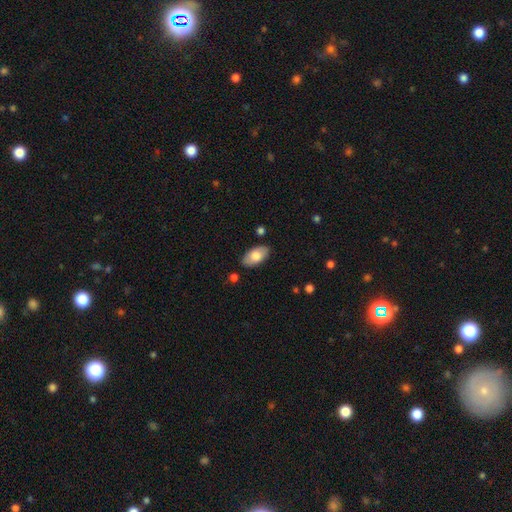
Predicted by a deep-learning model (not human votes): smooth_or_featured: smooth (p=0.75) [alt: featured or disk p=0.19]
how_rounded: in between (p=0.95) [alt: round p=0.03]
merging: none (p=0.86) [alt: minor disturbance p=0.10]